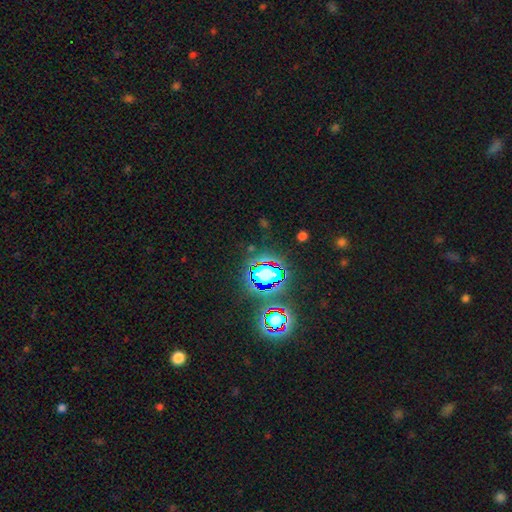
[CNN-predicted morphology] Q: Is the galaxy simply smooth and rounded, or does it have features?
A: star or artifact — 80%.